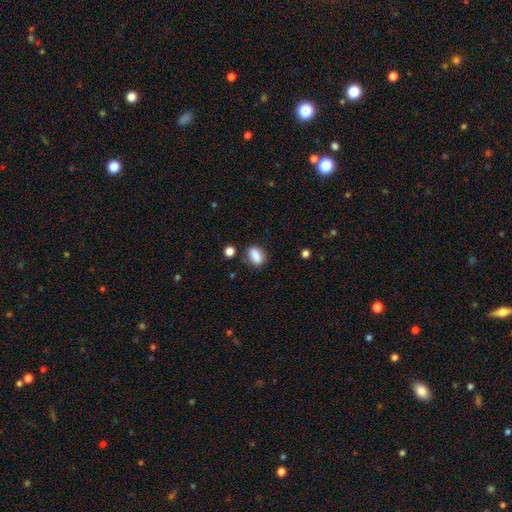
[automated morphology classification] Smooth or featured? Predicted: smooth (p=0.85). How rounded? Predicted: in between (p=0.78). Merging? Predicted: none (p=0.74).